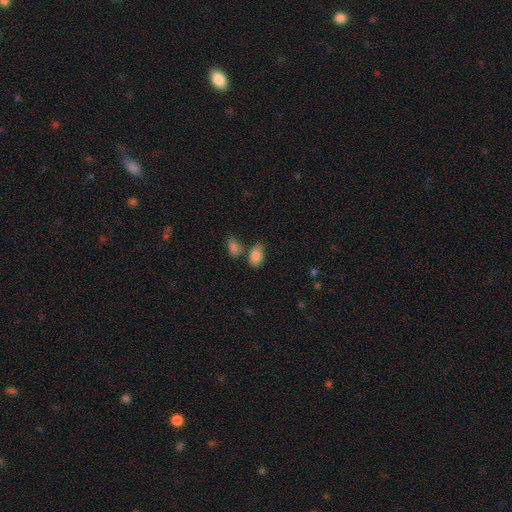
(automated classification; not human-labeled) smooth 86%, star or artifact 8%, featured or disk 7%. Down the decision tree: how rounded — in between (91%); merging — none (59%).